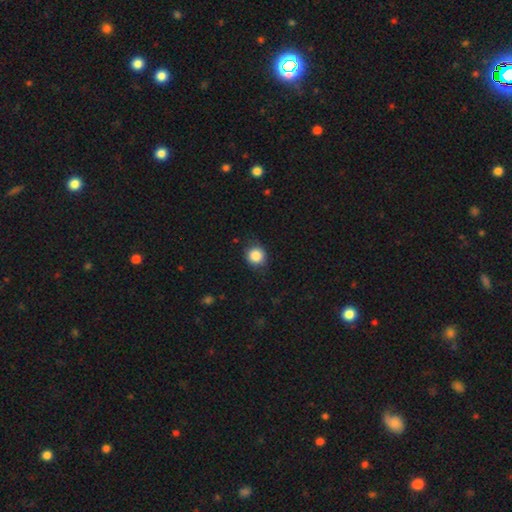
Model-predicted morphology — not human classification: This appears to be a smooth galaxy with no disk features (86%) that is round (90%). Merging: none (83%).